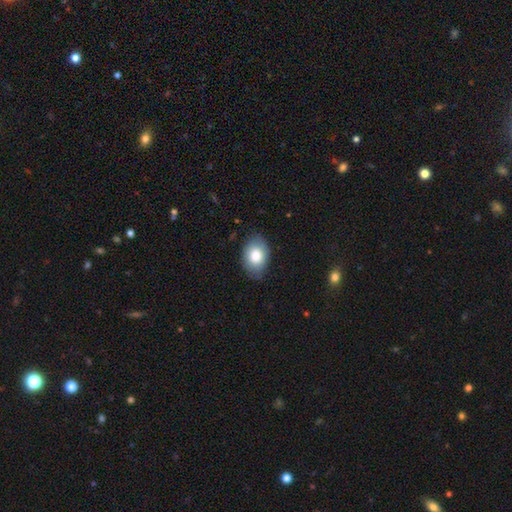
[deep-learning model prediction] A smooth galaxy with no disk features (81%) that is in between round and cigar-shaped (82%). Merging: none (80%).